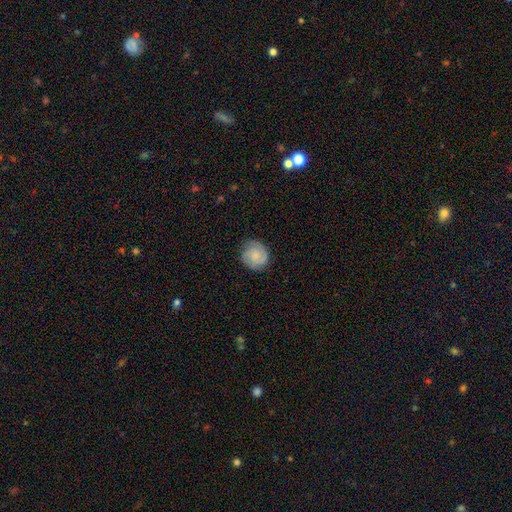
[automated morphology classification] Q: Smooth or featured?
A: smooth (61%); runner-up: featured or disk (32%)
Q: How rounded?
A: round (85%); runner-up: in between (14%)
Q: Merging?
A: none (80%); runner-up: minor disturbance (15%)